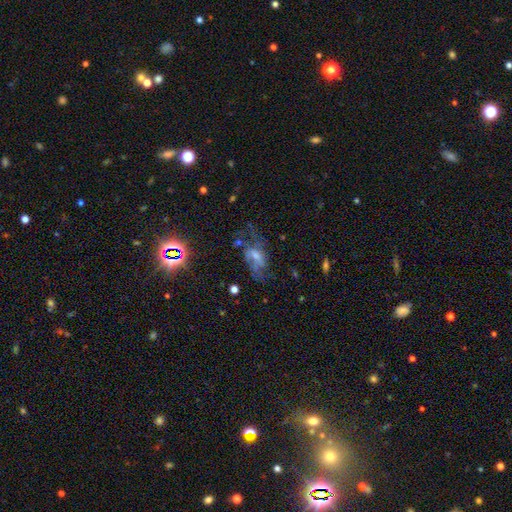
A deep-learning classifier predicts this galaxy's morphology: Overall: featured or disk (55%; smooth 24%). Edge-on disk: no (92%). Bar: no (48%; weak 39%). Spiral arms: yes (63%; no 37%). Bulge size: moderate (39%; small 36%). Merging: none (40%; major disturbance 35%).